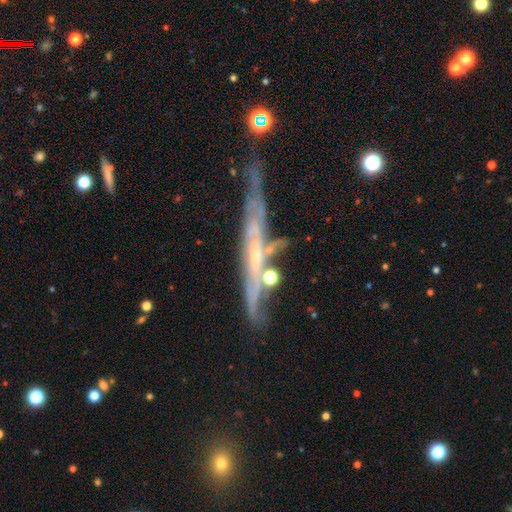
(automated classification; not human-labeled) Smooth or featured?
  - featured or disk: 75% *
  - smooth: 16%
  - star or artifact: 9%
Edge-on disk?
  - yes: 85% *
  - no: 15%
Edge-on bulge?
  - none: 64% *
  - rounded: 30%
  - boxy: 6%
Merging?
  - none: 57% *
  - minor disturbance: 24%
  - merger: 10%
  - major disturbance: 9%